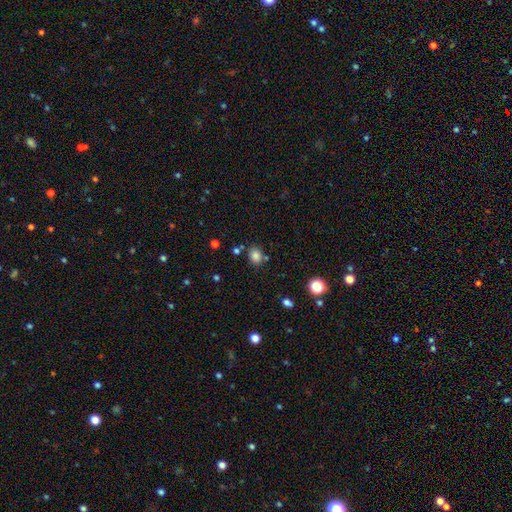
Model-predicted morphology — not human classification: This appears to be a smooth galaxy with no disk features (81%) that is round (55%). Merging: none (76%).